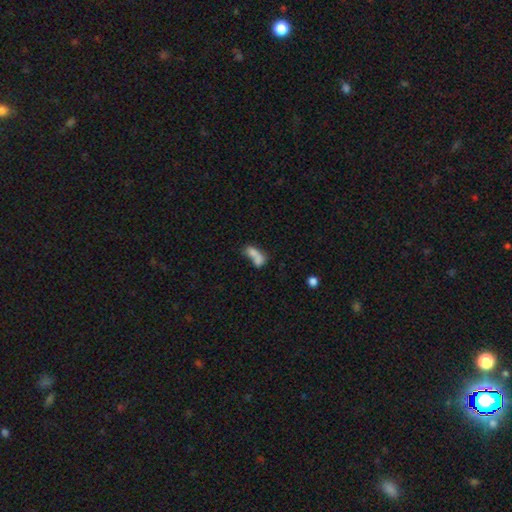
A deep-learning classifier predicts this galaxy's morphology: A smooth galaxy with no disk features (71%) that is in between round and cigar-shaped (74%). Merging: merger (69%).